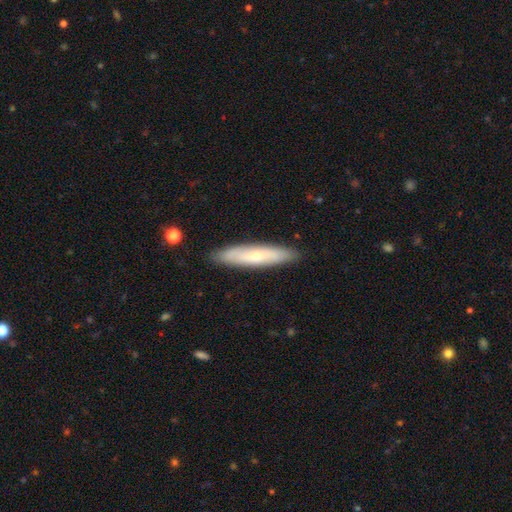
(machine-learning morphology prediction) This appears to be a smooth galaxy with no disk features (57%) that is cigar-shaped (84%). Merging: none (89%).